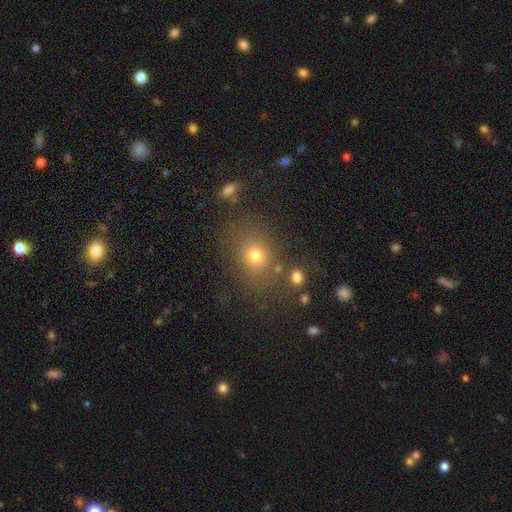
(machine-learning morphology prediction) smooth_or_featured: smooth (p=0.70) [alt: star or artifact p=0.19]
how_rounded: round (p=0.57) [alt: in between p=0.41]
merging: none (p=0.73) [alt: minor disturbance p=0.13]